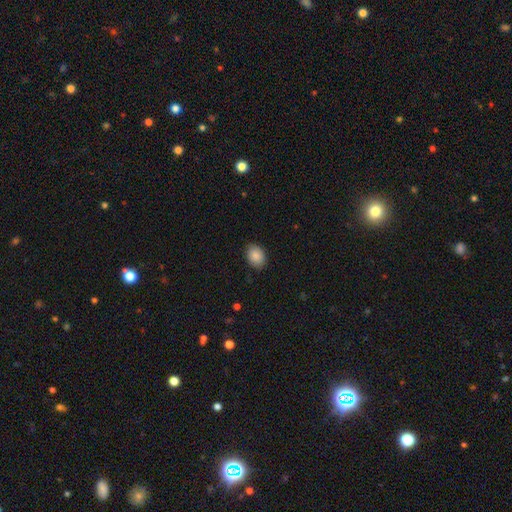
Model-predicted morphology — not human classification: This is clearly a smooth galaxy (87%). How rounded: likely in between (64%). Merging: clearly none (85%).